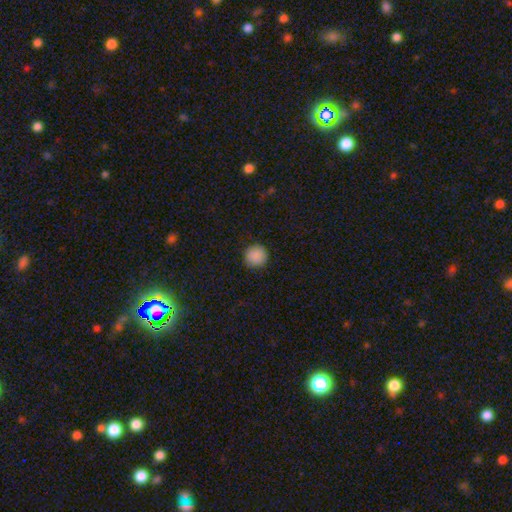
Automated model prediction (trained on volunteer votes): Q: Smooth or featured?
A: smooth (89%); runner-up: star or artifact (8%)
Q: How rounded?
A: round (95%); runner-up: in between (4%)
Q: Merging?
A: none (91%); runner-up: minor disturbance (6%)